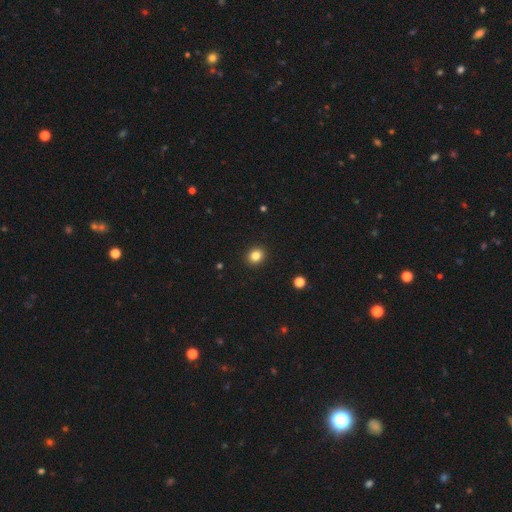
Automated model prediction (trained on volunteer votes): Smooth or featured: smooth — 83% (star or artifact — 11%)
How rounded: round — 70% (in between — 29%)
Merging: none — 92% (minor disturbance — 5%)